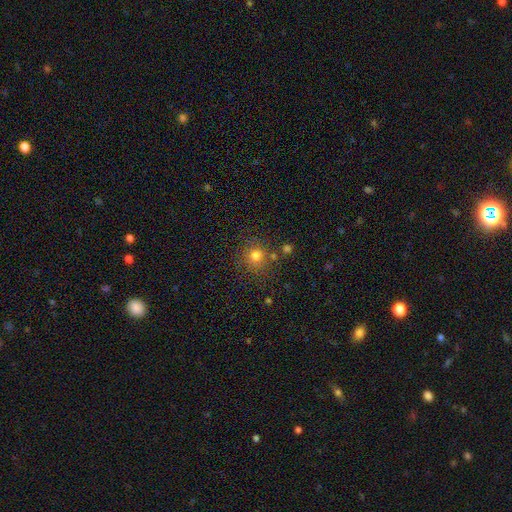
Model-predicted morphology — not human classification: This appears to be a smooth galaxy with no disk features (78%) that is round (91%). Merging: none (79%).